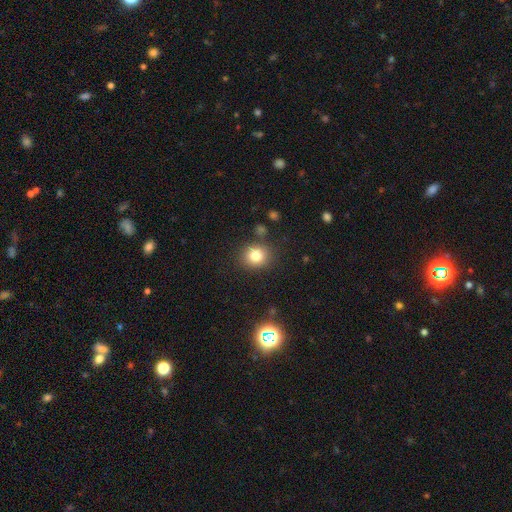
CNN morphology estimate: This appears to be a smooth galaxy with no disk features (79%) that is round (79%). Merging: none (84%).